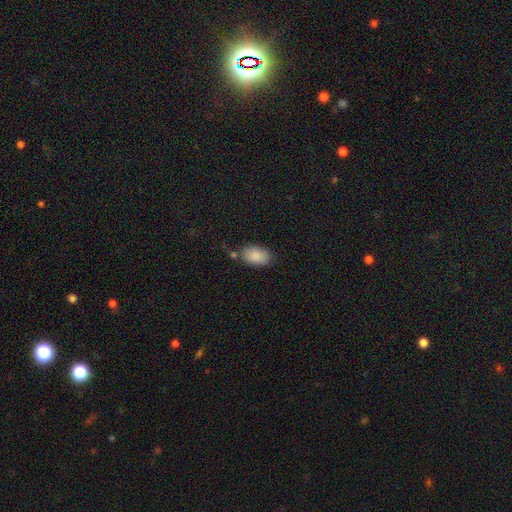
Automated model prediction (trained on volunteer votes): Smooth or featured? Predicted: smooth (p=0.88). How rounded? Predicted: in between (p=0.92). Merging? Predicted: none (p=0.72).